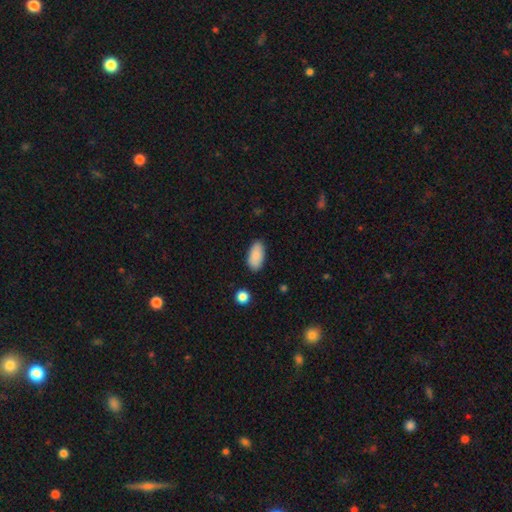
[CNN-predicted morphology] The model was most divided on "merging": none: 85%, minor disturbance: 11%, major disturbance: 2%, merger: 2%. More confident: how rounded — in between (93%); smooth or featured — smooth (88%).